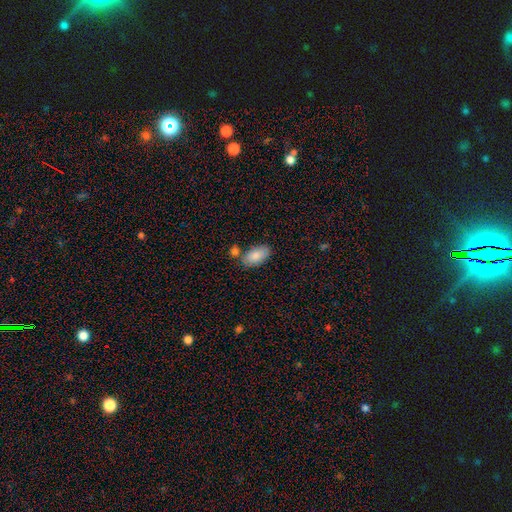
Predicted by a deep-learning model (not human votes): The model was most divided on "merging": none: 71%, minor disturbance: 15%, merger: 11%, major disturbance: 3%. More confident: how rounded — in between (94%); smooth or featured — smooth (85%).